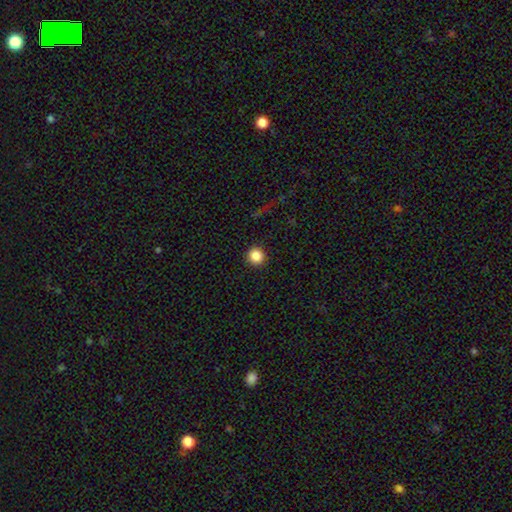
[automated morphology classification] This appears to be a smooth galaxy with no disk features (85%) that is round (94%). Merging: none (93%).